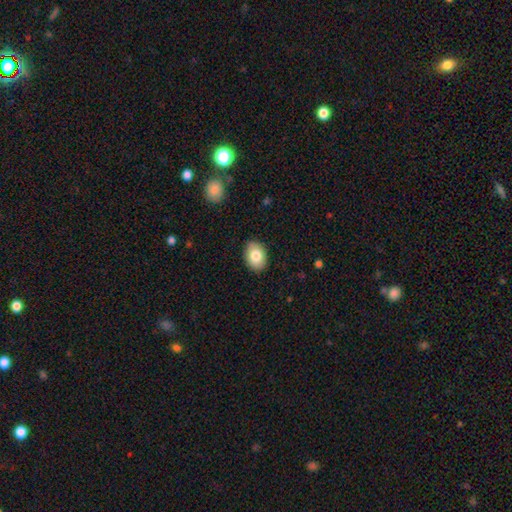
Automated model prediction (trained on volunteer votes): Smooth or featured: smooth — 82% (featured or disk — 11%)
How rounded: in between — 80% (round — 19%)
Merging: none — 88% (minor disturbance — 9%)